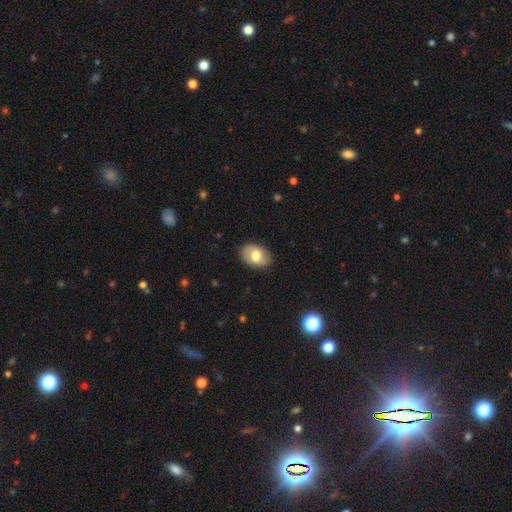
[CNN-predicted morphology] Smooth or featured: smooth — 72% (featured or disk — 21%)
How rounded: in between — 84% (round — 15%)
Merging: none — 87% (minor disturbance — 10%)